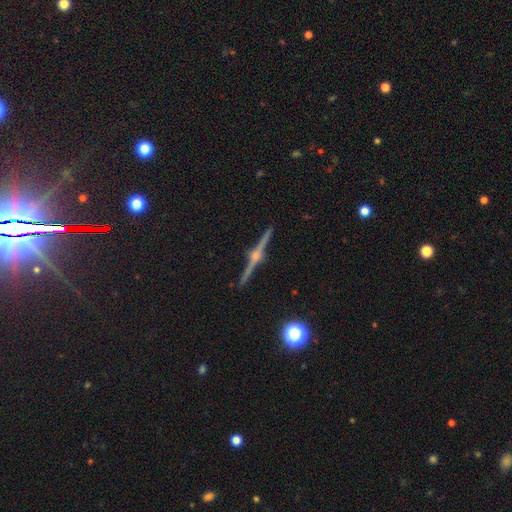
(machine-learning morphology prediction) Overall: featured or disk (79%). Edge-on disk: yes (96%). Edge-on bulge: rounded (89%). Merging: none (87%).